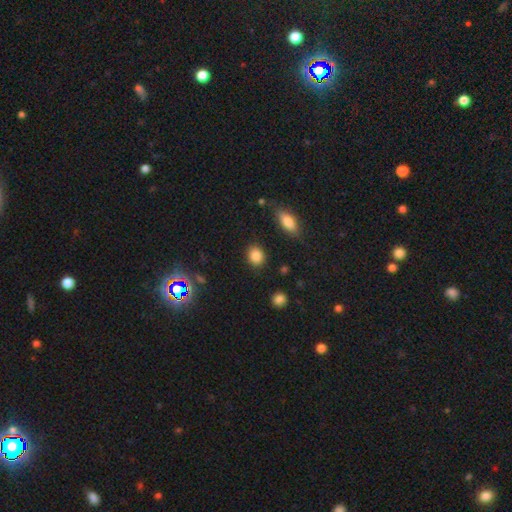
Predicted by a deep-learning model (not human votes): Smooth or featured: smooth — 85% (star or artifact — 10%)
How rounded: round — 58% (in between — 40%)
Merging: none — 87% (minor disturbance — 8%)